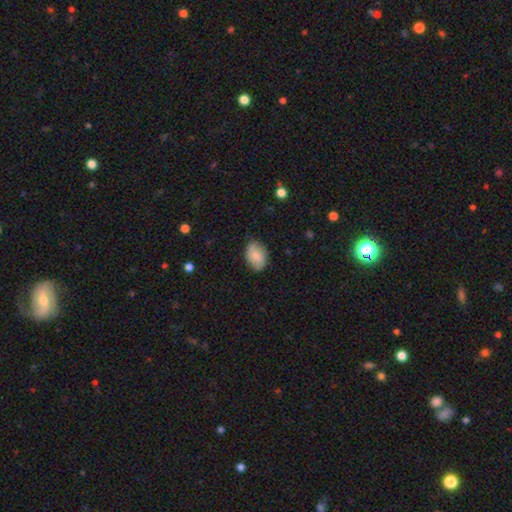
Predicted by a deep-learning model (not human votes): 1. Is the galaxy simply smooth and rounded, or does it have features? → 79% smooth, 14% featured or disk, 7% star or artifact.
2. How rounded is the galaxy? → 83% in between, 15% round, 1% cigar-shaped.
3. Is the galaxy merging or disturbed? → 75% none, 20% minor disturbance, 4% major disturbance, 1% merger.